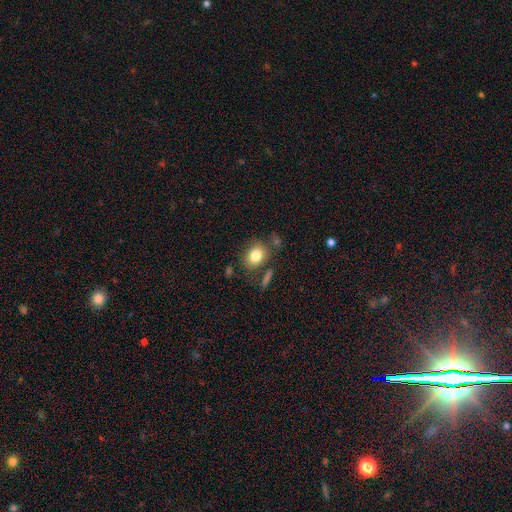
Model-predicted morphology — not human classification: A smooth galaxy with no disk features (82%) that is in between round and cigar-shaped (55%). Merging: none (71%).